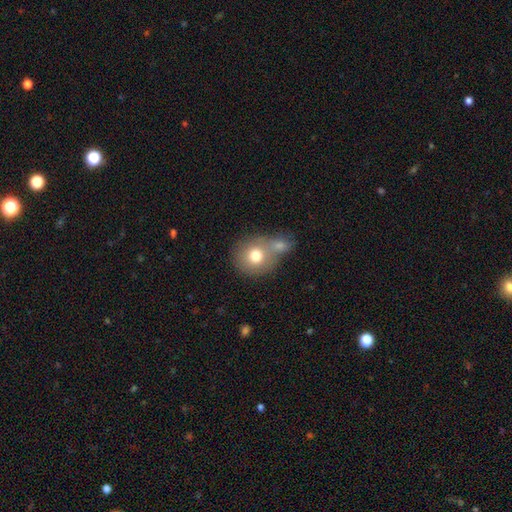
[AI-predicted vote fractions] Morphology: type=smooth (74%); roundness=round (84%); merging=merger (45%).